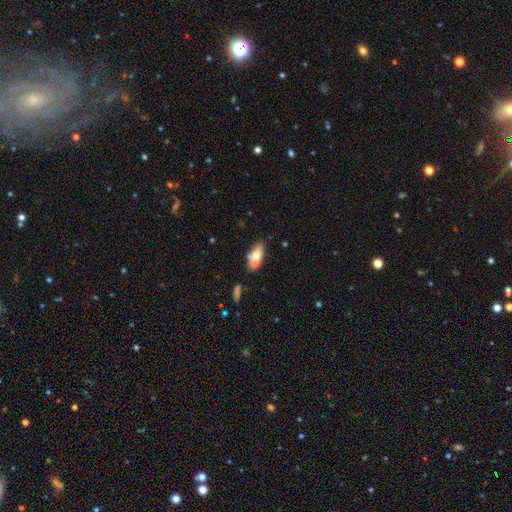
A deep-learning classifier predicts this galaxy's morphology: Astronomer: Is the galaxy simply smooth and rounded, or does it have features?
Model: smooth — 69%.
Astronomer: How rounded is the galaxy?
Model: in between — 82%.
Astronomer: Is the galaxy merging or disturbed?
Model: none — 46% (runner-up: merger, 36%).